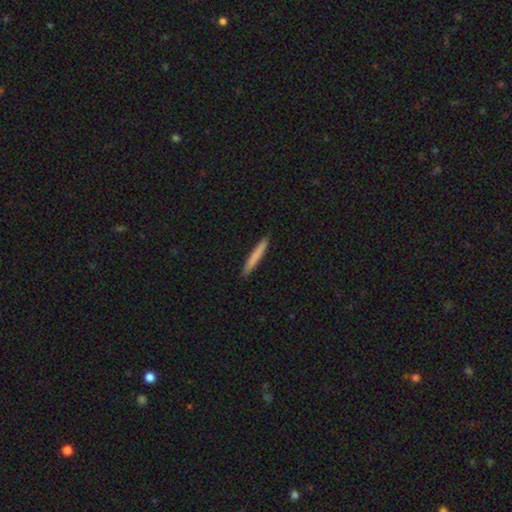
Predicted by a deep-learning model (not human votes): A smooth galaxy with no disk features (77%) that is cigar-shaped (96%). Merging: none (92%).